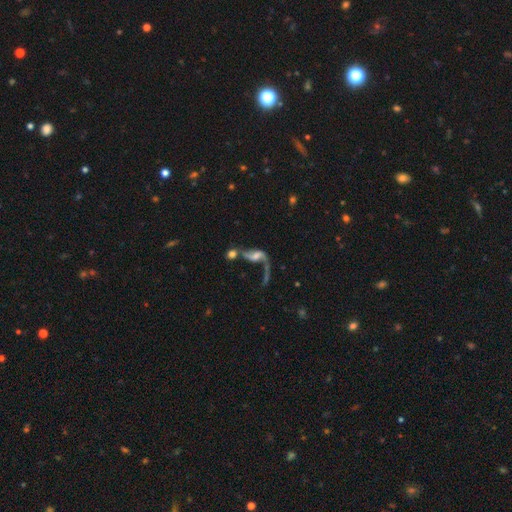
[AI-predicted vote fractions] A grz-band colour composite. It shows a featured or disk galaxy (67%) with no bar (47%), spiral arms (80%) and a moderate central bulge (32%, tied with small). Merging: merger (43%).